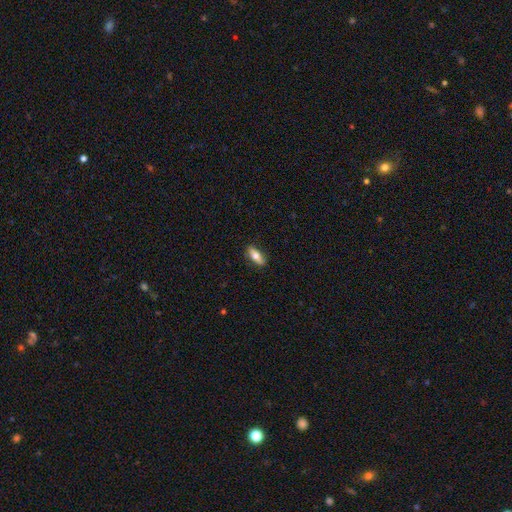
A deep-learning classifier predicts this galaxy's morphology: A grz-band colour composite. It shows a smooth galaxy with no disk features (70%) that is in between round and cigar-shaped (70%). Merging: none (86%).